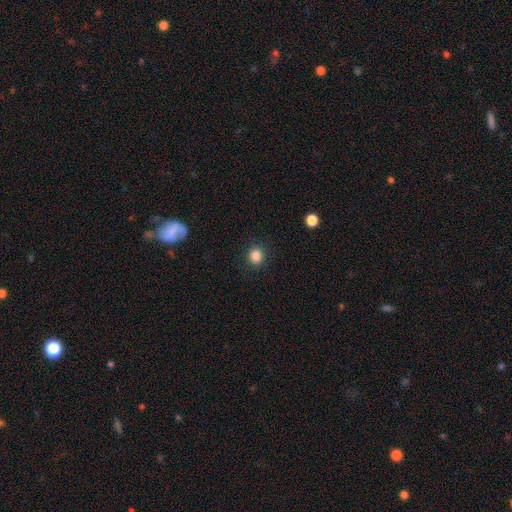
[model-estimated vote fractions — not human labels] A smooth galaxy with no disk features (86%) that is round (74%).

Vote fractions:
- Smooth or featured? smooth: 86% / star or artifact: 11% / featured or disk: 4%
- How rounded? round: 74% / in between: 25% / cigar-shaped: 1%
- Merging? none: 90% / minor disturbance: 7% / major disturbance: 2% / merger: 1%